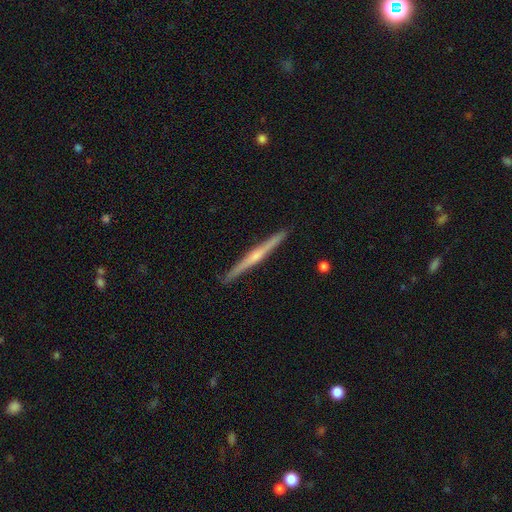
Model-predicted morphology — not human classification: Smooth or featured: featured or disk — 74% (smooth — 21%)
Edge-on disk: yes — 98% (no — 2%)
Edge-on bulge: rounded — 69% (none — 24%)
Merging: none — 92% (minor disturbance — 6%)